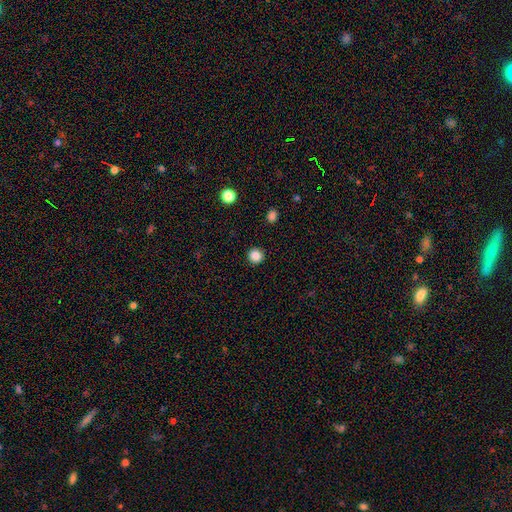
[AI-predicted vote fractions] smooth-or-featured: smooth: 85% | star or artifact: 11% | featured or disk: 4%
  how-rounded: round: 93% | in between: 6% | cigar-shaped: 1%
  merging: none: 93% | minor disturbance: 5% | major disturbance: 2% | merger: 1%